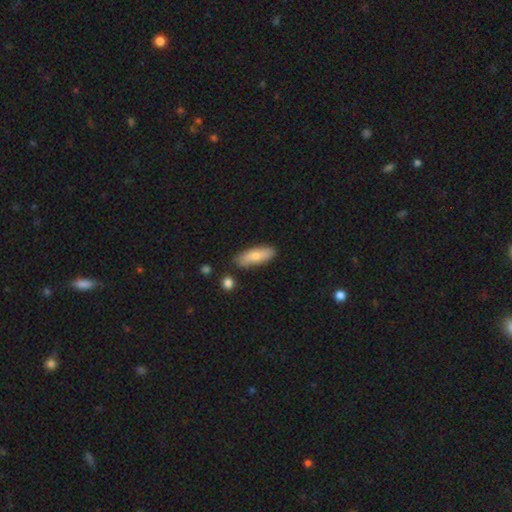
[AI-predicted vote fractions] Smooth or featured? smooth (73%)
How rounded? in between (57%)
Merging? none (83%)